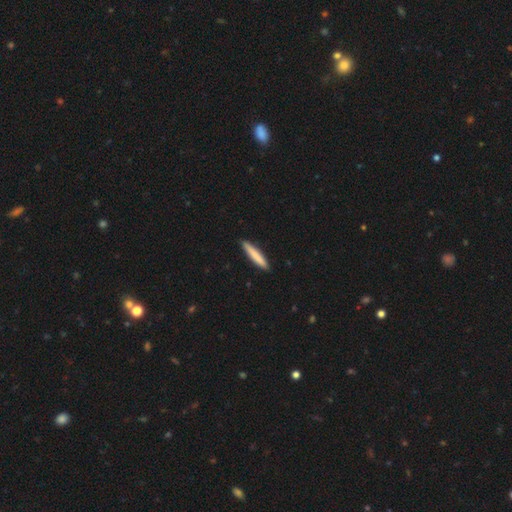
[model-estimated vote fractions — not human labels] smooth_or_featured: smooth (p=0.78) [alt: featured or disk p=0.17]
how_rounded: cigar-shaped (p=0.93) [alt: in between p=0.06]
merging: none (p=0.90) [alt: minor disturbance p=0.08]